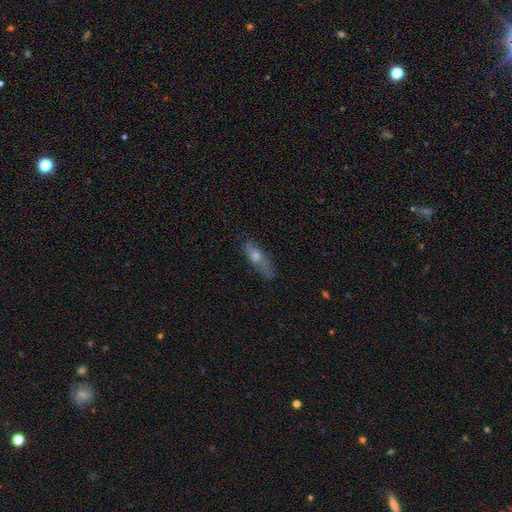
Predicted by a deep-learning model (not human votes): A smooth galaxy with no disk features (57%) that is cigar-shaped (63%). Merging: none (70%).